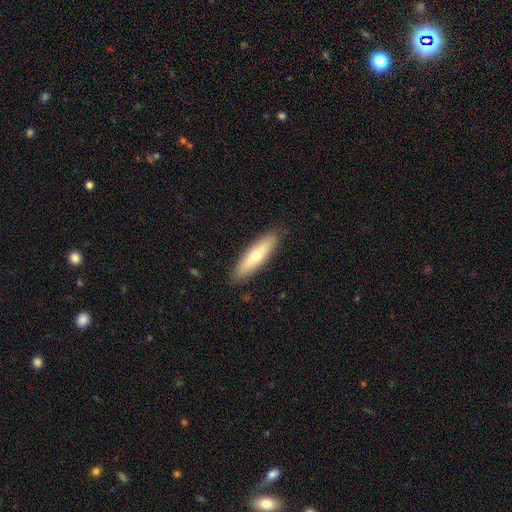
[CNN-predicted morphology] Overall: smooth (62%; featured or disk 32%). How rounded: cigar-shaped (68%; in between 30%). Merging: none (89%).